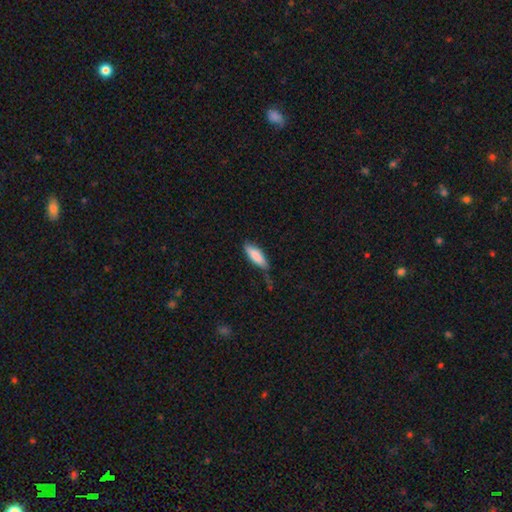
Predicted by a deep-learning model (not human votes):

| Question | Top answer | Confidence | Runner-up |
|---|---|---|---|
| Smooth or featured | smooth | 83% | featured or disk (11%) |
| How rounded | in between | 55% | cigar-shaped (43%) |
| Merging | none | 55% | minor disturbance (33%) |